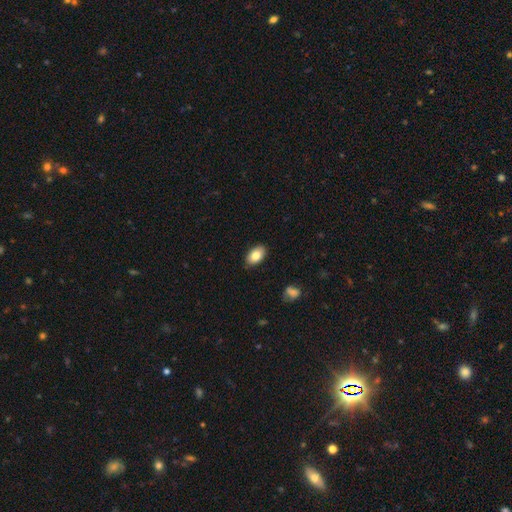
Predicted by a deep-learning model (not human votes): smooth_or_featured: smooth (p=0.81) [alt: featured or disk p=0.11]
how_rounded: in between (p=0.92) [alt: round p=0.07]
merging: none (p=0.87) [alt: minor disturbance p=0.10]